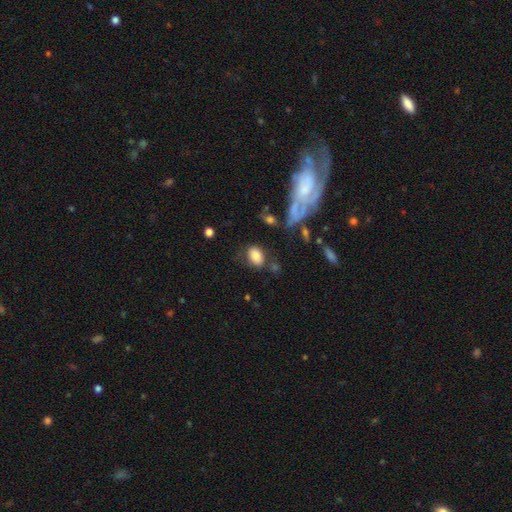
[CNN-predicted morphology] type=smooth (80%); roundness=in between (83%); merging=none (66%).